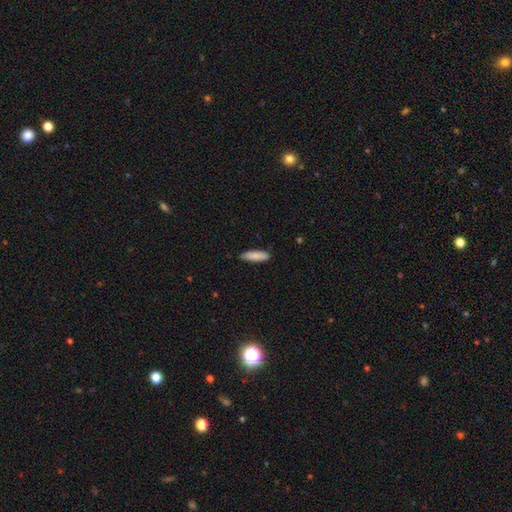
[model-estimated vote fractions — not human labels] Overall: smooth (84%). How rounded: cigar-shaped (53%; in between 46%). Merging: none (84%).